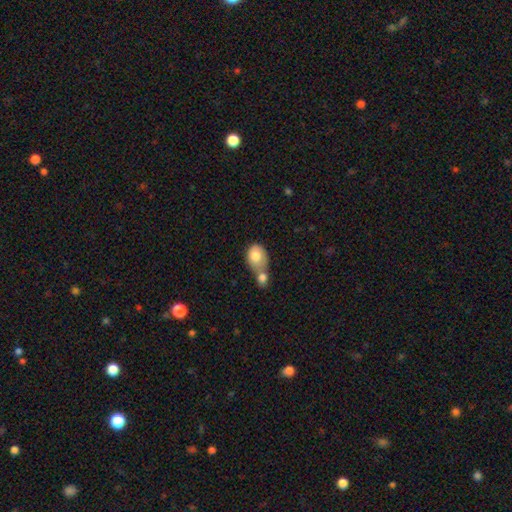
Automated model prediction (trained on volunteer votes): This is clearly a smooth galaxy (80%). How rounded: likely in between (64%). Merging: likely merger (63%).